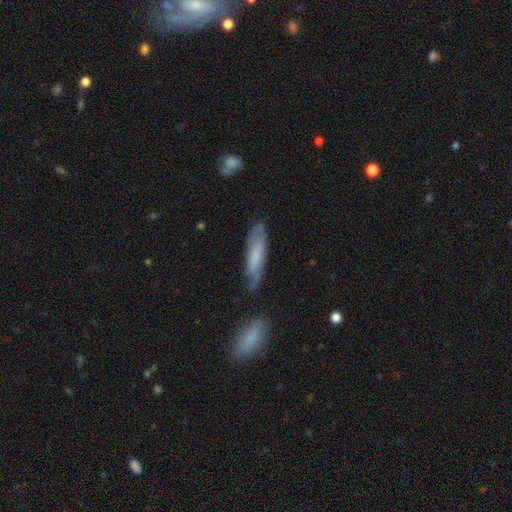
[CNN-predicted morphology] Smooth or featured: smooth — 56% (featured or disk — 36%)
How rounded: cigar-shaped — 66% (in between — 32%)
Merging: none — 61% (minor disturbance — 25%)